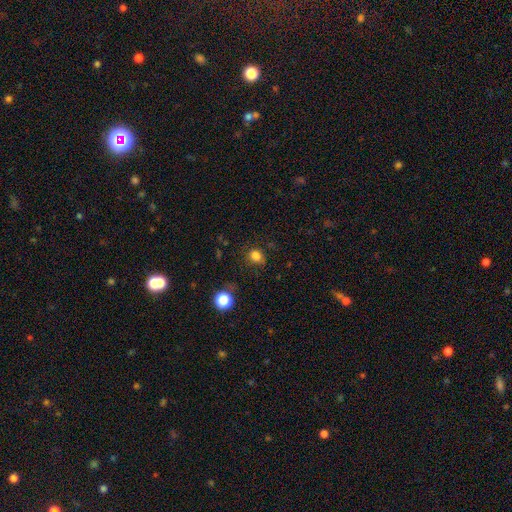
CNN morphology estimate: The model was most divided on "how rounded": round: 73%, in between: 26%, cigar-shaped: 1%. More confident: smooth or featured — smooth (81%); merging — none (77%).